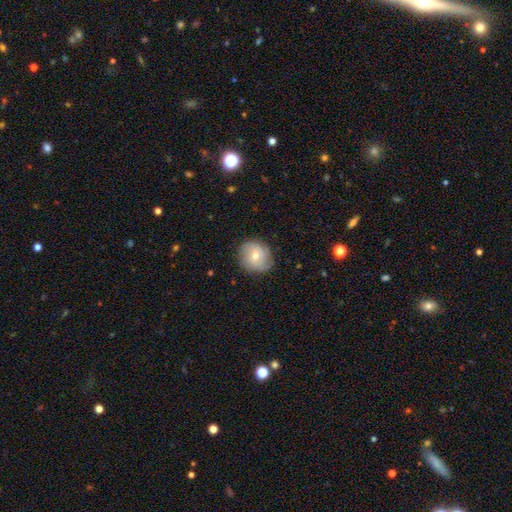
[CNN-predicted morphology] A smooth galaxy with no disk features (55%) that is round (79%). Merging: none (79%).